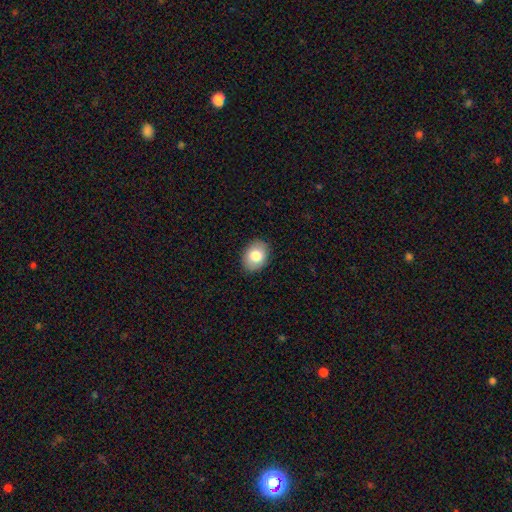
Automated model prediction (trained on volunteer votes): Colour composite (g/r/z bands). It shows a smooth galaxy with no disk features (81%) that is in between round and cigar-shaped (70%). Merging: none (89%).